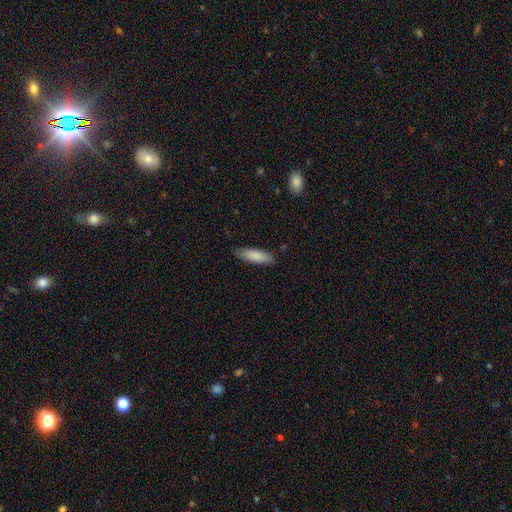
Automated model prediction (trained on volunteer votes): A smooth galaxy with no disk features (86%) that is cigar-shaped (56%).

Vote fractions:
- Smooth or featured? smooth: 86% / featured or disk: 9% / star or artifact: 5%
- How rounded? cigar-shaped: 56% / in between: 42% / round: 1%
- Merging? none: 86% / minor disturbance: 11% / major disturbance: 2% / merger: 1%